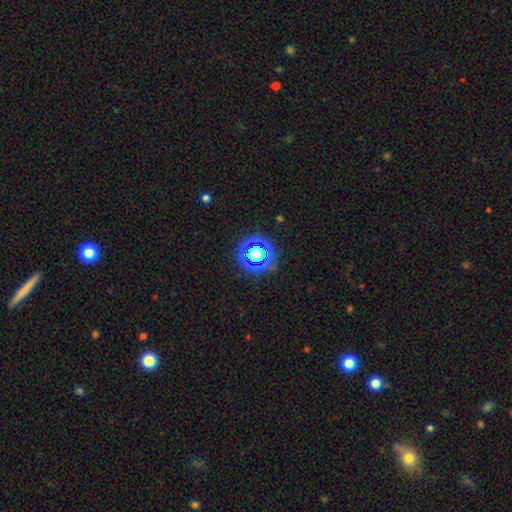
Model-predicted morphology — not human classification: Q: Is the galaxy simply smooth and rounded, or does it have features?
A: star or artifact — 53%.